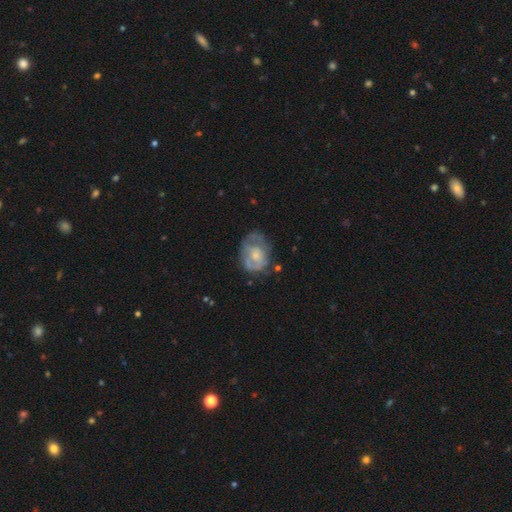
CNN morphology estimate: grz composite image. It shows a featured or disk galaxy (57%) with no bar (81%), no spiral arms (54%) and a small central bulge (49%). Merging: none (45%).